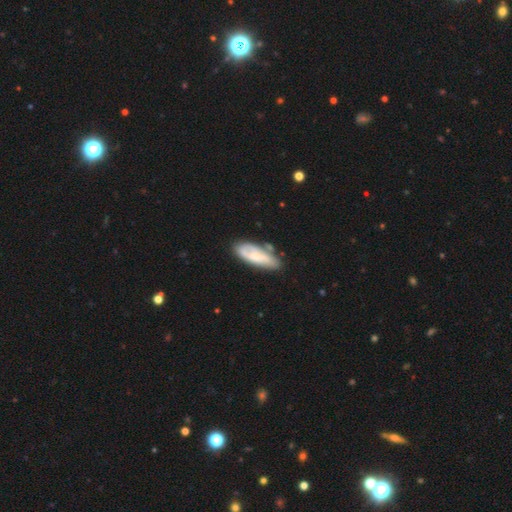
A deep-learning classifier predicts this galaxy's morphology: Overall: smooth (52%; featured or disk 41%). How rounded: in between (65%; cigar-shaped 34%). Merging: none (61%; minor disturbance 23%).